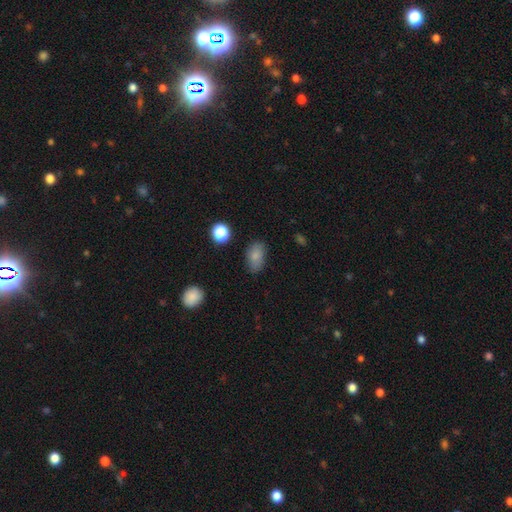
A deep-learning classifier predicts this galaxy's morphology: smooth-or-featured: smooth: 83% | star or artifact: 10% | featured or disk: 7%
  how-rounded: in between: 88% | round: 10% | cigar-shaped: 2%
  merging: none: 75% | minor disturbance: 19% | major disturbance: 5% | merger: 2%